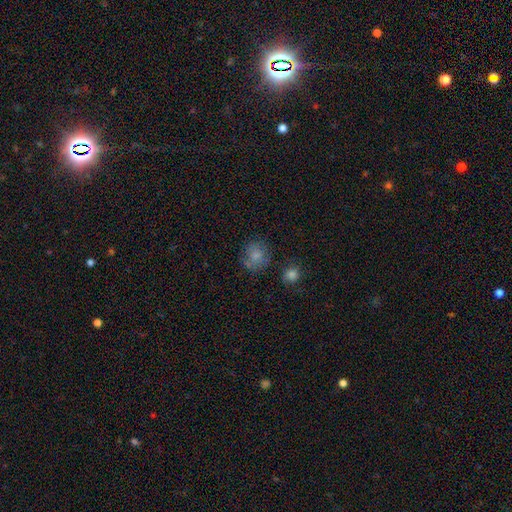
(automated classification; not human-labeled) Smooth or featured? Predicted: smooth (p=0.76). How rounded? Predicted: round (p=0.83). Merging? Predicted: none (p=0.66).